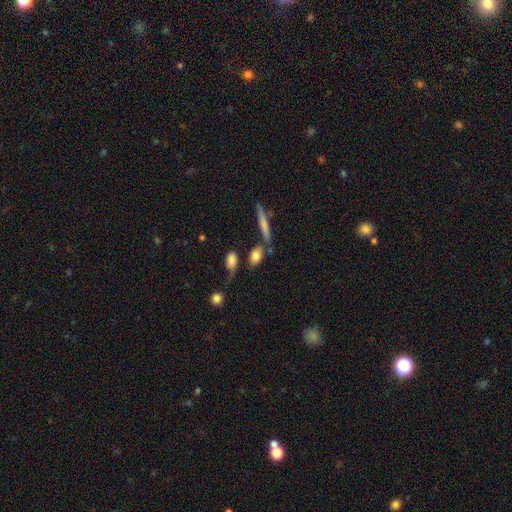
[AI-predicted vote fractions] Overall: smooth (76%). How rounded: in between (81%). Merging: none (59%).